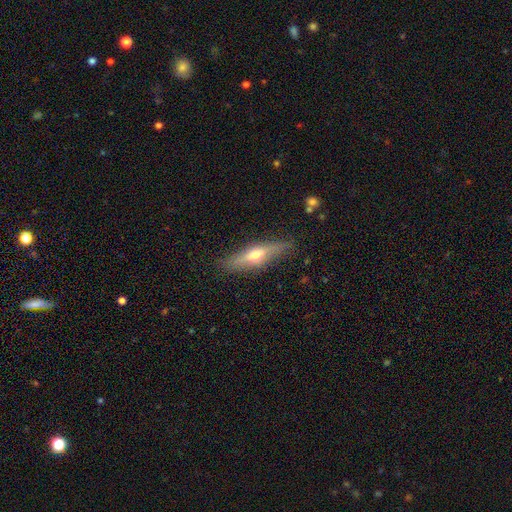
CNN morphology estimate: featured or disk 53%, smooth 40%, star or artifact 7%. Down the decision tree: edge-on disk — yes (85%); merging — none (84%).